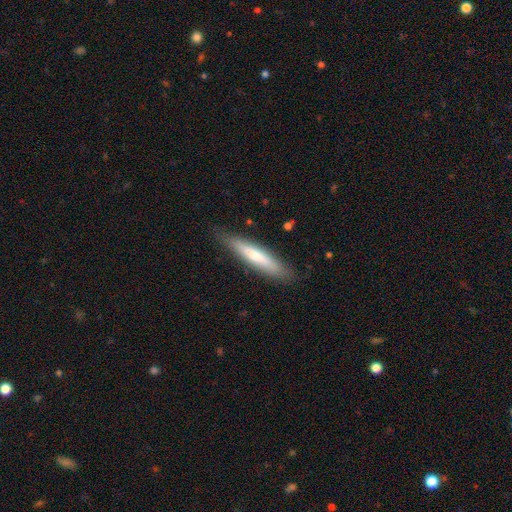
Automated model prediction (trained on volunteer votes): The model was most divided on "smooth or featured": smooth: 63%, featured or disk: 31%, star or artifact: 6%. More confident: how rounded — cigar-shaped (88%); merging — none (84%).